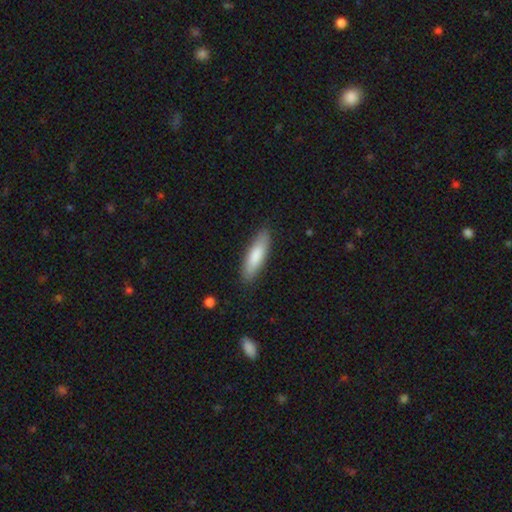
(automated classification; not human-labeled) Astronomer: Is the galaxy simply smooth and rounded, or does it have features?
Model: smooth — 81%.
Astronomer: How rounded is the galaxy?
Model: cigar-shaped — 59% (runner-up: in between, 40%).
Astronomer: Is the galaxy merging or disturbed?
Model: none — 87%.